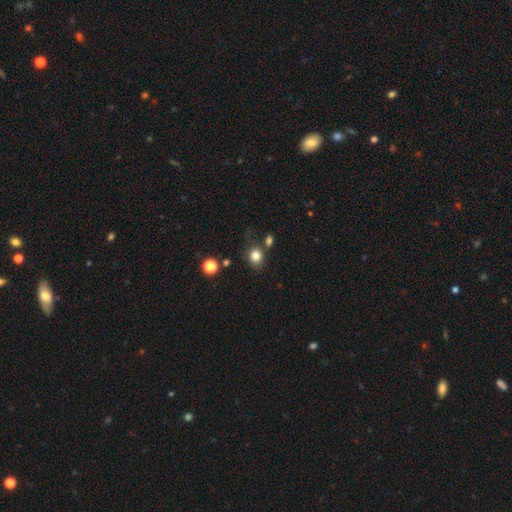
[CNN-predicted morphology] This appears to be a smooth galaxy with no disk features (83%) that is round (68%). Merging: none (68%).